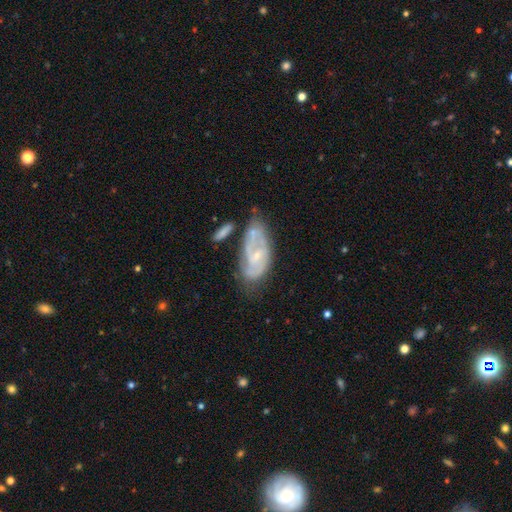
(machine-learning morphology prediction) Q: Smooth or featured?
A: featured or disk (73%); runner-up: smooth (21%)
Q: Edge-on disk?
A: no (93%); runner-up: yes (7%)
Q: Bar?
A: no (45%); runner-up: weak (43%)
Q: Spiral arms?
A: yes (81%); runner-up: no (19%)
Q: Spiral winding?
A: tight (43%); runner-up: medium (41%)
Q: Spiral arm count?
A: 2 (55%); runner-up: can't tell (29%)
Q: Bulge size?
A: small (70%); runner-up: moderate (23%)
Q: Merging?
A: none (44%); runner-up: minor disturbance (25%)